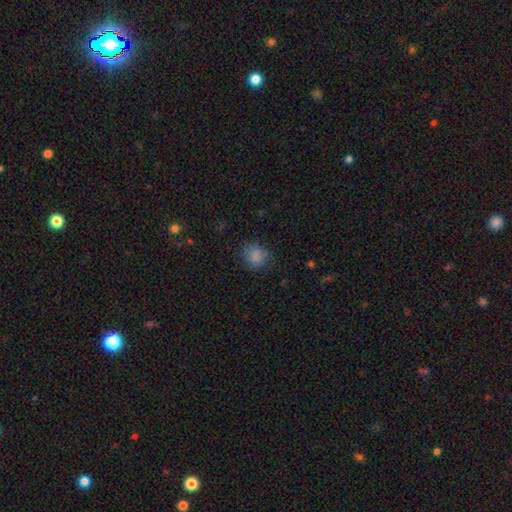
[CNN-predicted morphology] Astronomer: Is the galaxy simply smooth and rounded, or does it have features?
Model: smooth — 81%.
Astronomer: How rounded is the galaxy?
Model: round — 59% (runner-up: in between, 40%).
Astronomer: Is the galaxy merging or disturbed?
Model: none — 72%.